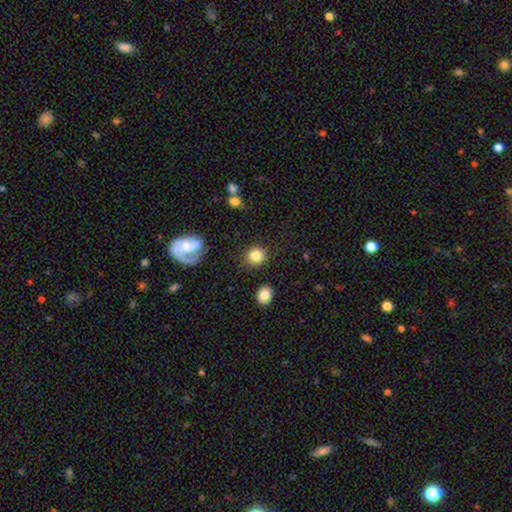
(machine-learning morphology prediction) The model was most divided on "smooth or featured": smooth: 84%, star or artifact: 10%, featured or disk: 6%. More confident: how rounded — round (87%); merging — none (85%).